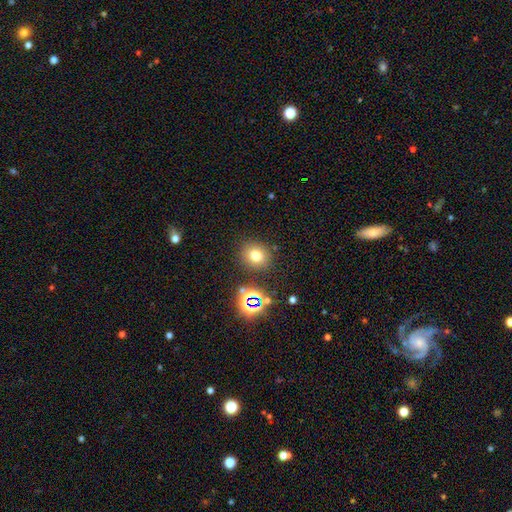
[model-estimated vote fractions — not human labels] A smooth galaxy with no disk features (71%) that is round (79%). Merging: none (84%).